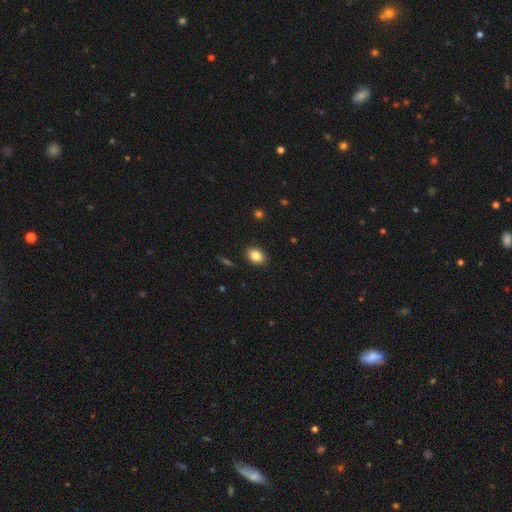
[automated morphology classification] The model was most divided on "how rounded": in between: 72%, round: 27%, cigar-shaped: 1%. More confident: merging — none (89%); smooth or featured — smooth (85%).